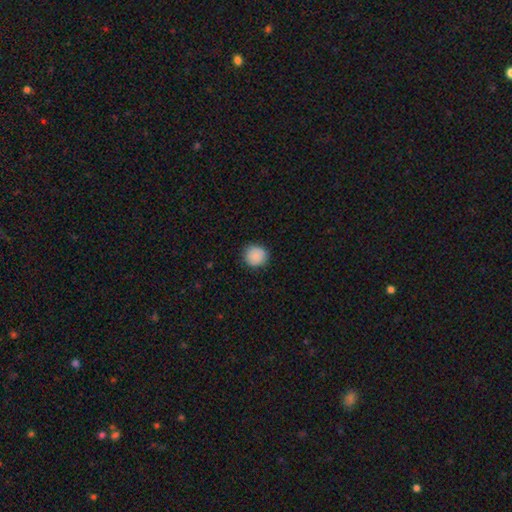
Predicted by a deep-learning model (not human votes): Smooth or featured: smooth — 87% (star or artifact — 8%)
How rounded: round — 92% (in between — 7%)
Merging: none — 88% (minor disturbance — 9%)